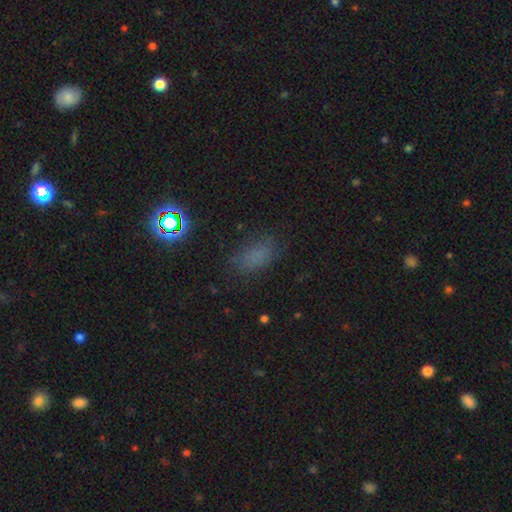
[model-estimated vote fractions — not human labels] A smooth galaxy with no disk features (68%) that is in between round and cigar-shaped (84%).

Vote fractions:
- Smooth or featured? smooth: 68% / star or artifact: 24% / featured or disk: 8%
- How rounded? in between: 84% / round: 11% / cigar-shaped: 5%
- Merging? none: 74% / minor disturbance: 17% / major disturbance: 7% / merger: 2%